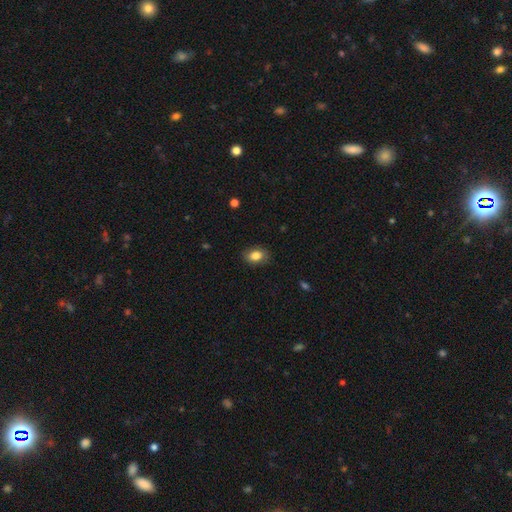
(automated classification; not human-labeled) Q: Smooth or featured?
A: smooth (83%); runner-up: featured or disk (9%)
Q: How rounded?
A: in between (80%); runner-up: round (19%)
Q: Merging?
A: none (84%); runner-up: minor disturbance (12%)